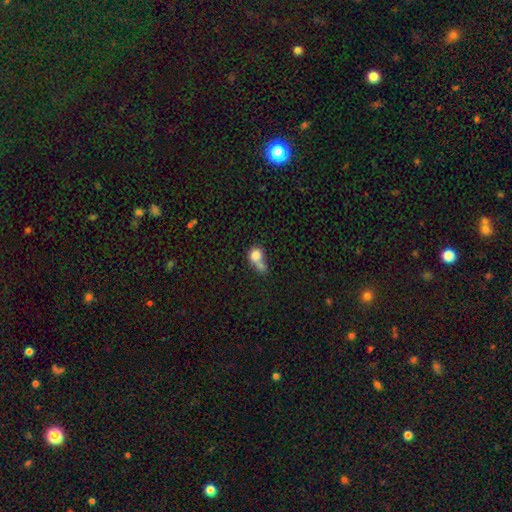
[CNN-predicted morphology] smooth-or-featured: smooth: 78% | featured or disk: 13% | star or artifact: 10%
  how-rounded: round: 63% | in between: 35% | cigar-shaped: 2%
  merging: merger: 60% | none: 22% | minor disturbance: 10% | major disturbance: 8%